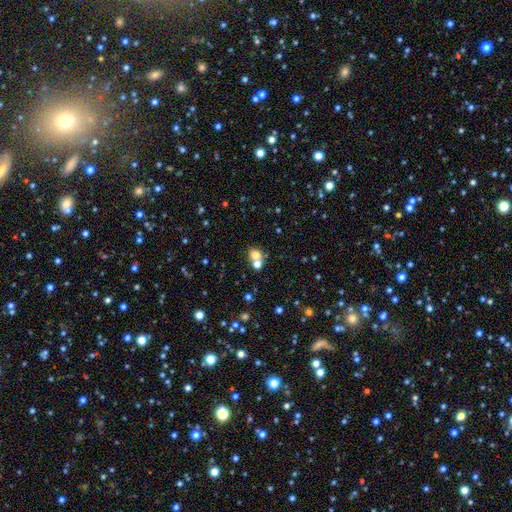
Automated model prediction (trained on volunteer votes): Smooth or featured? Predicted: smooth (p=0.72). How rounded? Predicted: round (p=0.70). Merging? Predicted: merger (p=0.45).